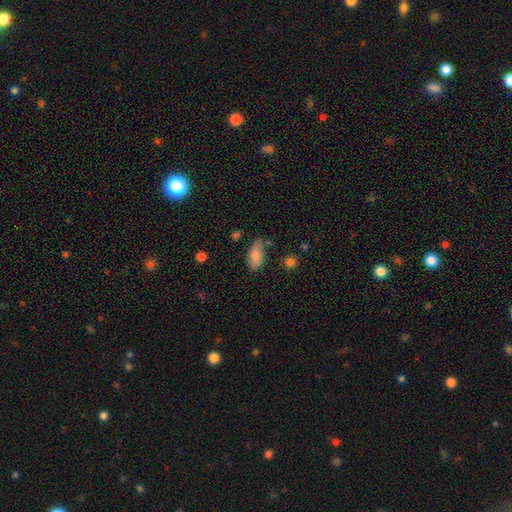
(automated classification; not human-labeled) A smooth galaxy with no disk features (82%) that is in between round and cigar-shaped (89%). Merging: none (69%).